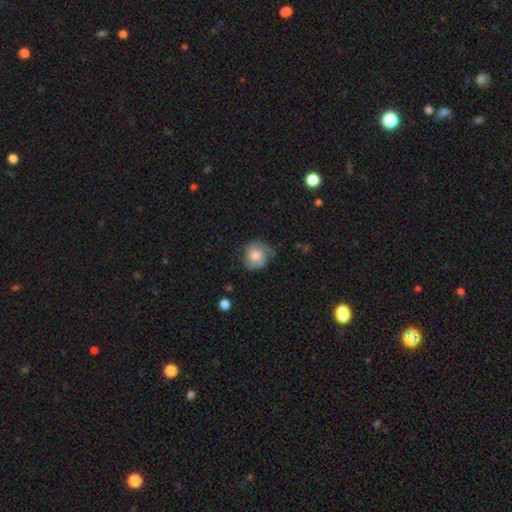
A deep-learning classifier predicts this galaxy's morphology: A smooth galaxy with no disk features (69%) that is round (82%). Merging: none (59%).